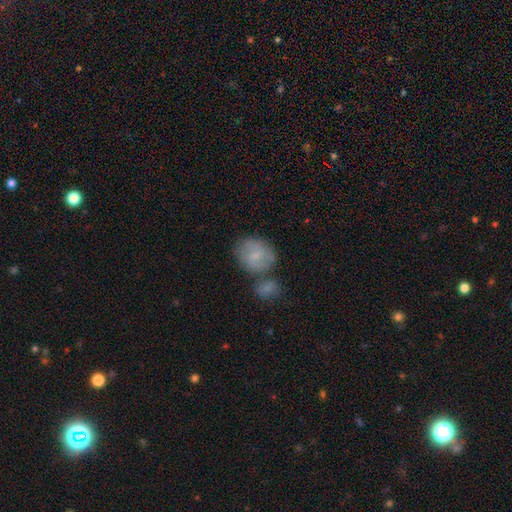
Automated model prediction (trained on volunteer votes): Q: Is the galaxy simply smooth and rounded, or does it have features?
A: smooth — 68%.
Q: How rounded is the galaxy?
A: round — 60%.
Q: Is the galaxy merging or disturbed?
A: none — 46%.